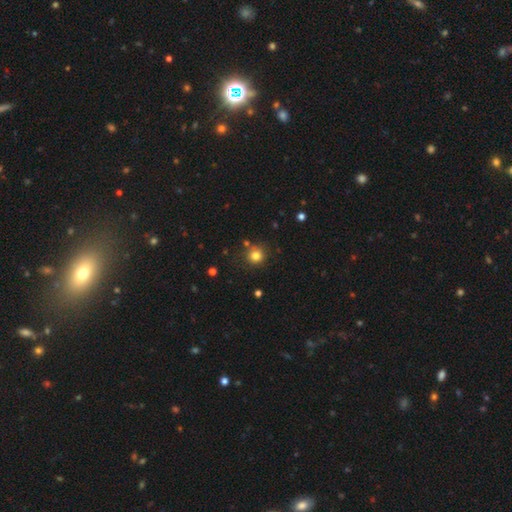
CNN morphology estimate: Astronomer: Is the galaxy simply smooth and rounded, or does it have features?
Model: smooth — 80%.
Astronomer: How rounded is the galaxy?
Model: round — 92%.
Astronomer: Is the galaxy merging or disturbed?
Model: none — 81%.